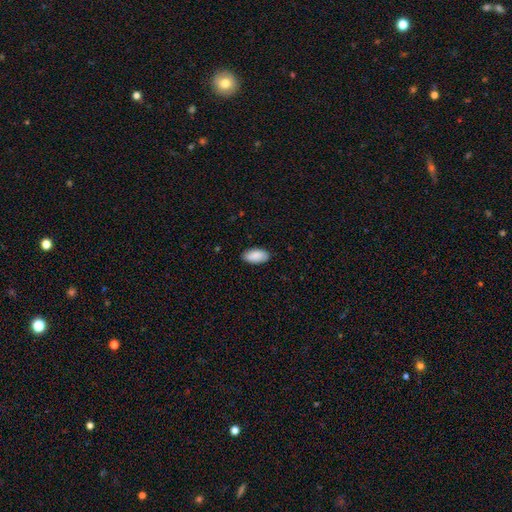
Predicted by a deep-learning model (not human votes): Smooth or featured: smooth — 90% (star or artifact — 6%)
How rounded: in between — 95% (cigar-shaped — 3%)
Merging: none — 88% (minor disturbance — 9%)